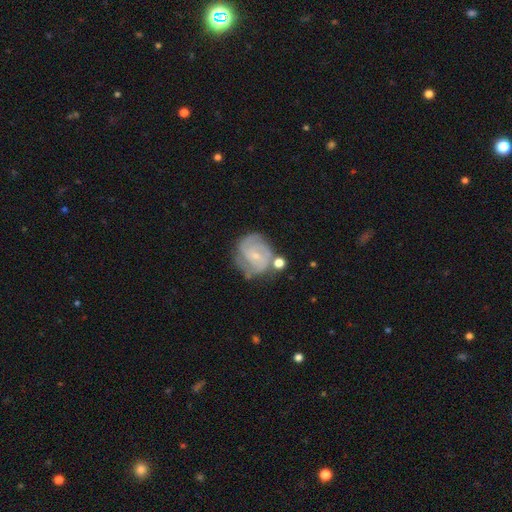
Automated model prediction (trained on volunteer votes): Smooth or featured?
  - featured or disk: 76% *
  - smooth: 17%
  - star or artifact: 7%
Edge-on disk?
  - no: 98% *
  - yes: 2%
Bar?
  - no: 49% *
  - weak: 43%
  - strong: 8%
Spiral arms?
  - yes: 92% *
  - no: 8%
Spiral winding?
  - tight: 49% *
  - medium: 40%
  - loose: 11%
Spiral arm count?
  - 2: 39% *
  - can't tell: 25%
  - 3: 23%
  - 4: 5%
  - 1: 4%
  - more than 4: 4%
Bulge size?
  - small: 74% *
  - moderate: 17%
  - none: 6%
  - large: 1%
  - dominant: 1%
Merging?
  - none: 57% *
  - minor disturbance: 22%
  - merger: 11%
  - major disturbance: 10%